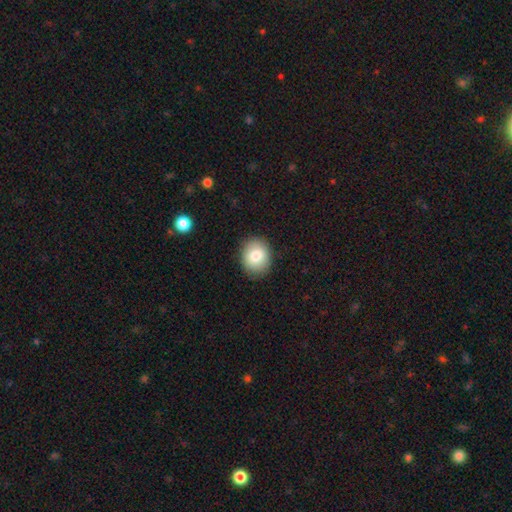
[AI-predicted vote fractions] Morphology: type=smooth (82%); roundness=round (61%); merging=none (88%).